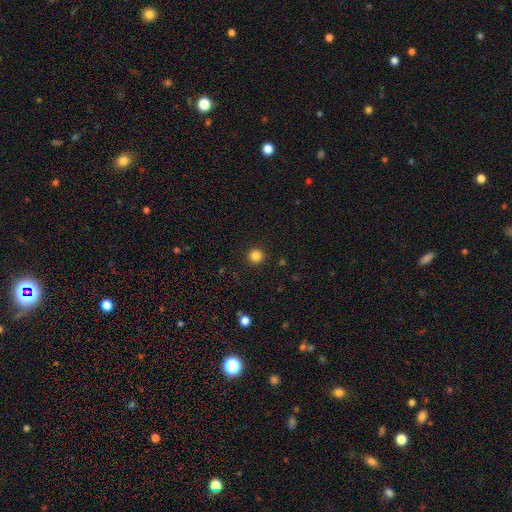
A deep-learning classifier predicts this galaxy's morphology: This appears to be a smooth galaxy with no disk features (84%) that is round (96%). Merging: none (93%).